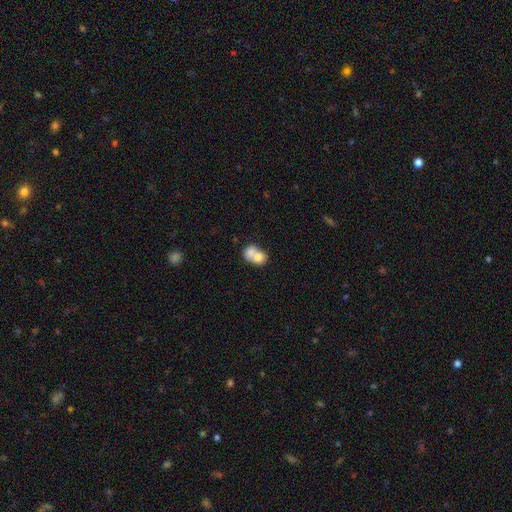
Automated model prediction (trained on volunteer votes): A smooth galaxy with no disk features (72%) that is in between round and cigar-shaped (51%). Merging: merger (72%).